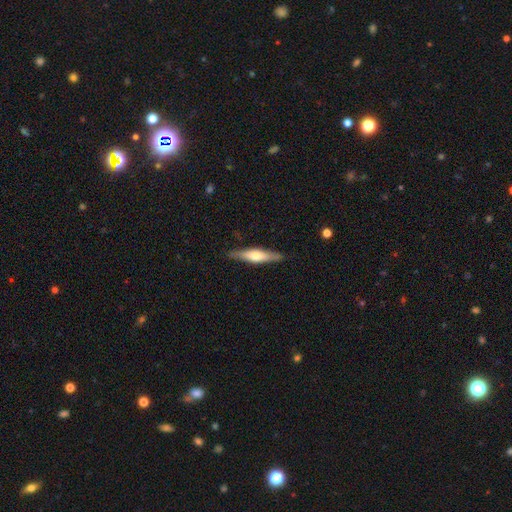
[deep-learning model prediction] smooth-or-featured: featured or disk: 54% | smooth: 41% | star or artifact: 5%
  disk-edge-on: yes: 93% | no: 7%
  merging: none: 87% | minor disturbance: 10% | major disturbance: 2% | merger: 1%